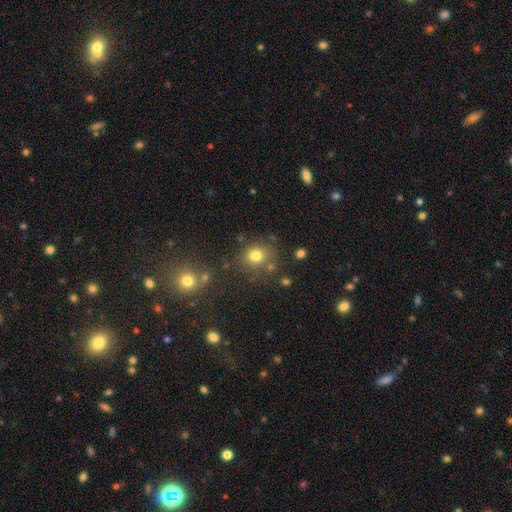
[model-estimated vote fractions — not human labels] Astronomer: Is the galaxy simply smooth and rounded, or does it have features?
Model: smooth — 76%.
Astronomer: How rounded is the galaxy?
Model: round — 80%.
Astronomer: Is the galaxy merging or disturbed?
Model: none — 77%.